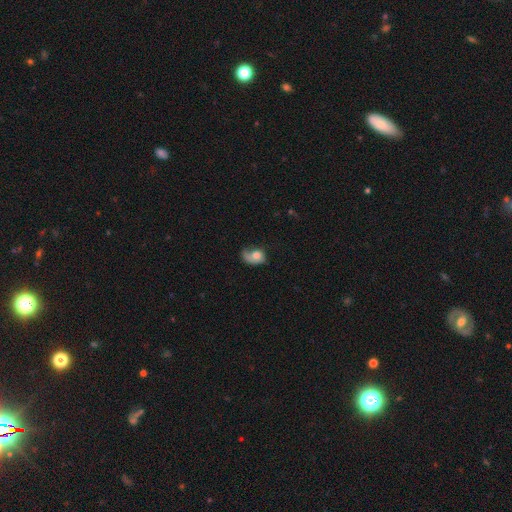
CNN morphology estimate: smooth 54%, featured or disk 38%, star or artifact 8%. Down the decision tree: how rounded — in between (70%); merging — major disturbance (37%).